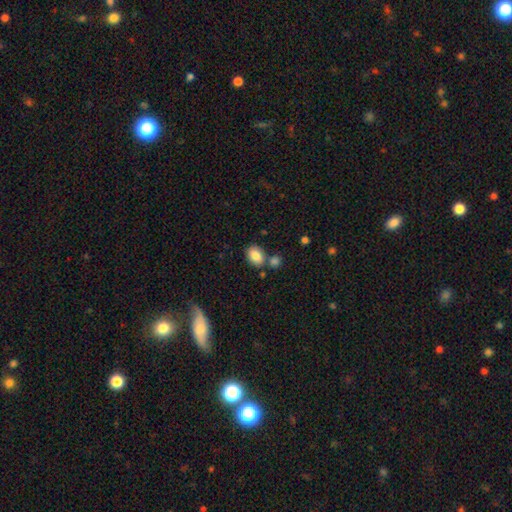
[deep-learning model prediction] Smooth or featured? Predicted: smooth (p=0.84). How rounded? Predicted: in between (p=0.75). Merging? Predicted: none (p=0.68).